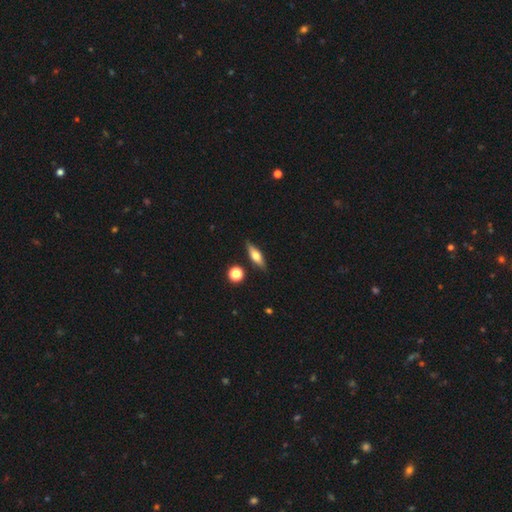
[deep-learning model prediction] Smooth or featured?
  - smooth: 48% *
  - featured or disk: 44%
  - star or artifact: 8%
Merging?
  - none: 84% *
  - minor disturbance: 10%
  - merger: 3%
  - major disturbance: 2%